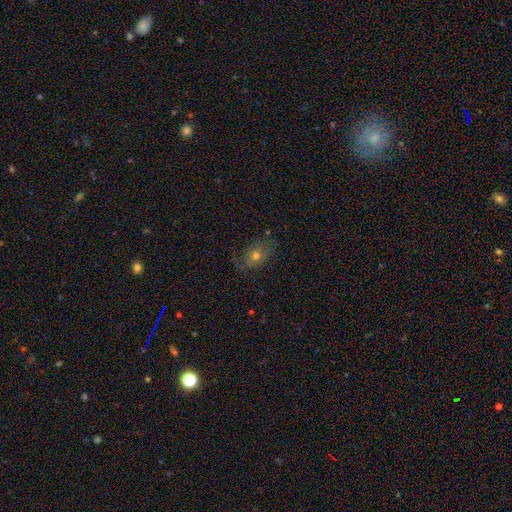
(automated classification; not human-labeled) smooth 53%, featured or disk 32%, star or artifact 15%. Down the decision tree: how rounded — in between (67%); merging — none (67%).